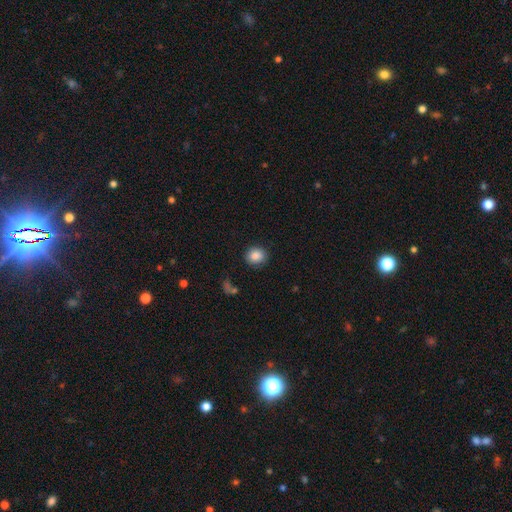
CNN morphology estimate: smooth 86%, star or artifact 9%, featured or disk 5%. Down the decision tree: how rounded — round (78%); merging — none (87%).